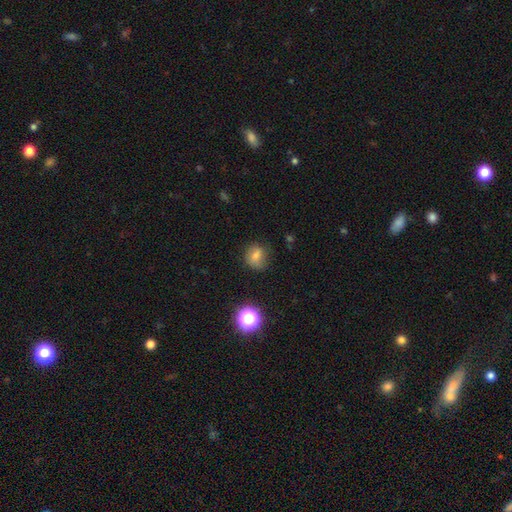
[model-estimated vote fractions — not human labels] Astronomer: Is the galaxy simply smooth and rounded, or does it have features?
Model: smooth — 69%.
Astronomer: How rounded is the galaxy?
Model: round — 66%.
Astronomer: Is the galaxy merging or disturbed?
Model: none — 68%.